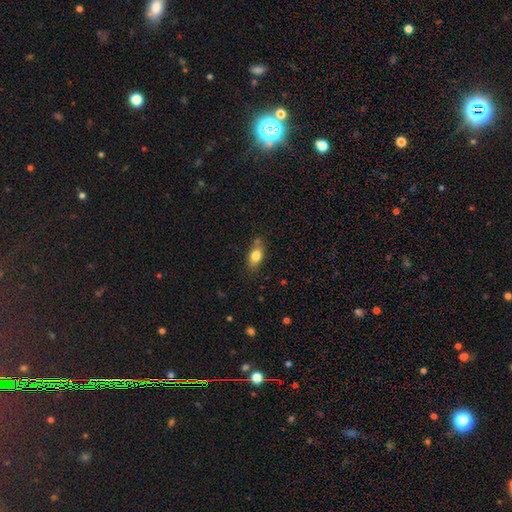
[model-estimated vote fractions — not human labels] The model was most divided on "merging": none: 71%, minor disturbance: 20%, merger: 5%, major disturbance: 4%. More confident: how rounded — in between (84%); smooth or featured — smooth (81%).